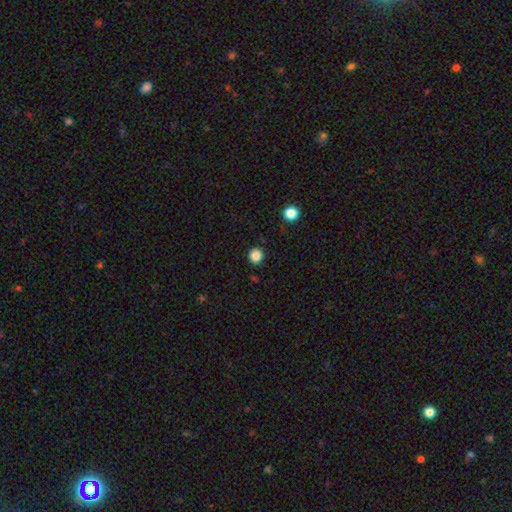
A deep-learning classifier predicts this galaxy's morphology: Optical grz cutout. It shows a smooth galaxy with no disk features (85%) that is round (89%). Merging: none (91%).